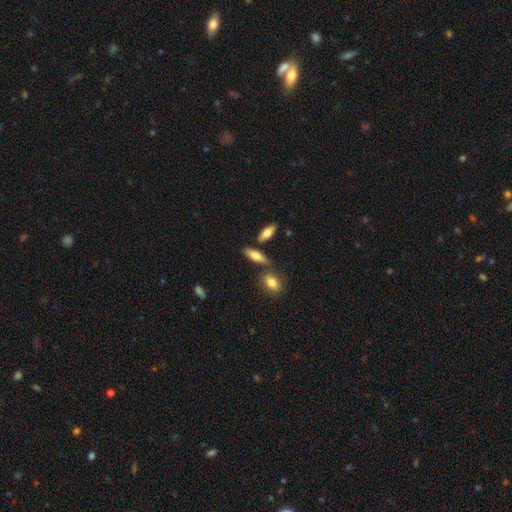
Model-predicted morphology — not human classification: type=smooth (71%); roundness=in between (60%); merging=none (71%).